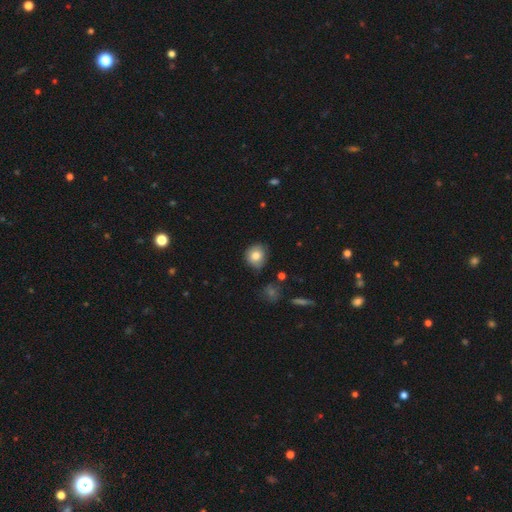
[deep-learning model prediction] Q: Smooth or featured?
A: smooth (80%); runner-up: featured or disk (11%)
Q: How rounded?
A: round (79%); runner-up: in between (20%)
Q: Merging?
A: none (73%); runner-up: minor disturbance (21%)